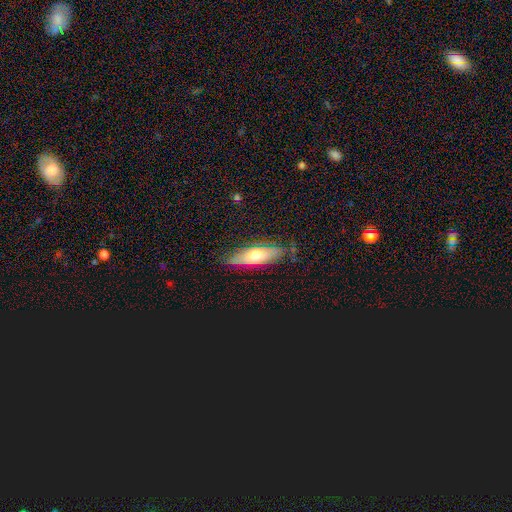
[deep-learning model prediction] Smooth or featured? smooth (52%)
How rounded? in between (60%)
Merging? none (77%)